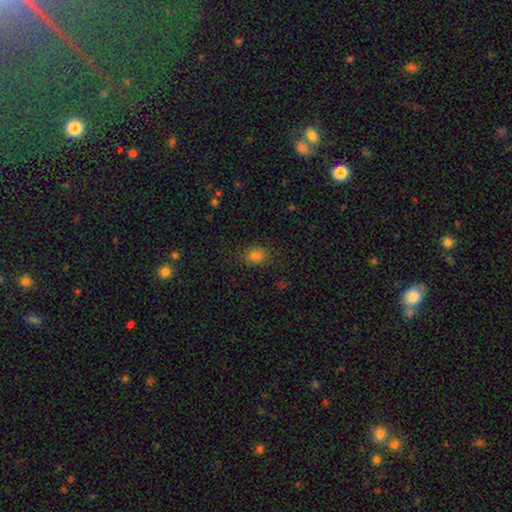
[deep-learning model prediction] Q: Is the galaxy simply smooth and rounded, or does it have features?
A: smooth — 81%.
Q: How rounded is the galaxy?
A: round — 50%.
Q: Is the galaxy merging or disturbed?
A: none — 84%.